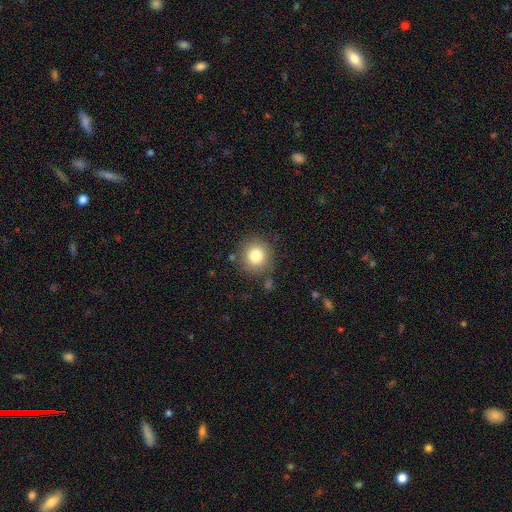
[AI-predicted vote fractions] Smooth or featured? smooth (81%)
How rounded? round (92%)
Merging? none (83%)